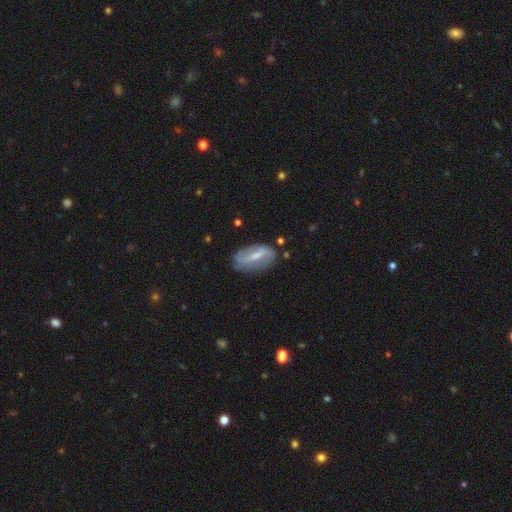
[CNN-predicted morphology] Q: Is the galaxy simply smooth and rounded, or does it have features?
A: featured or disk — 61%.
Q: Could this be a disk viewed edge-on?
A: no — 90%.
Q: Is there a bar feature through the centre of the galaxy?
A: strong — 45%.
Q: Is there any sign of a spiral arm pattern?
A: yes — 61%.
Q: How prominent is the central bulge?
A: small — 48%.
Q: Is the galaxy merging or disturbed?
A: none — 69%.